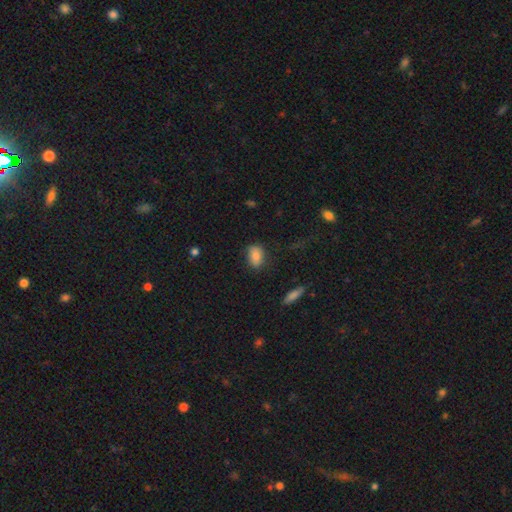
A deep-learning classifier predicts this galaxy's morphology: Overall: smooth (81%). How rounded: in between (80%). Merging: none (73%).